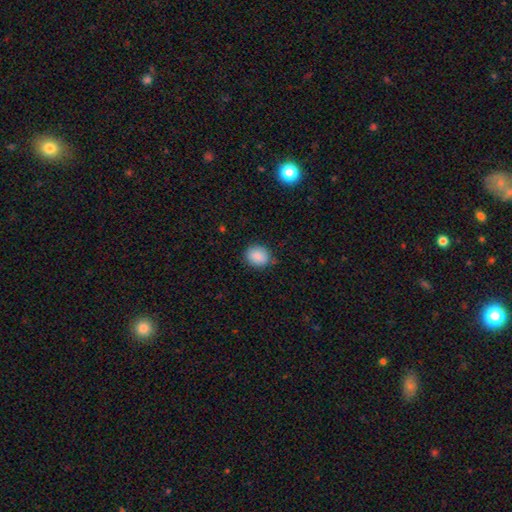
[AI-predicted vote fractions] This is clearly a smooth galaxy (87%). How rounded: likely round (65%). Merging: clearly none (81%).